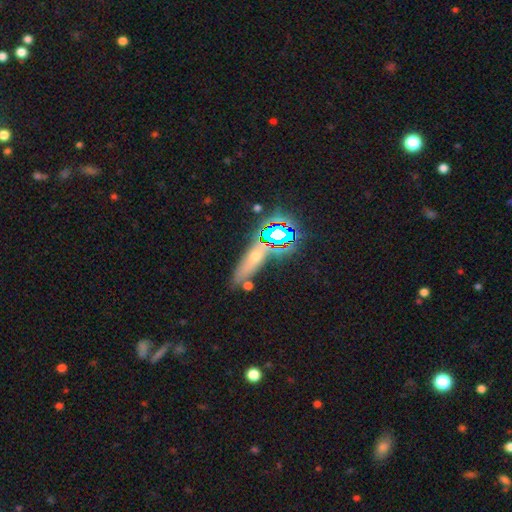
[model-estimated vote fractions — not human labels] Smooth or featured?
  - star or artifact: 41% *
  - smooth: 35%
  - featured or disk: 24%